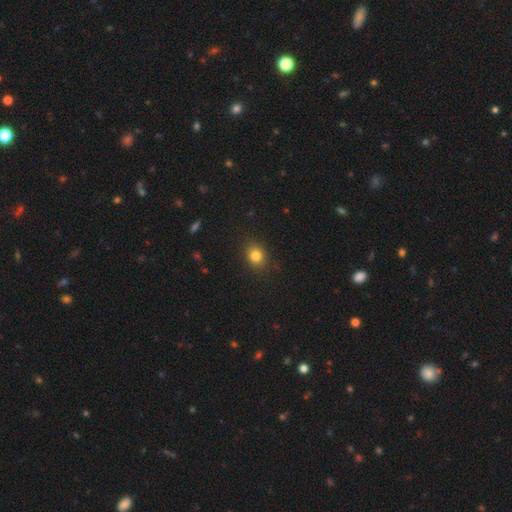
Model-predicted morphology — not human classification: type=smooth (82%); roundness=round (61%); merging=none (87%).